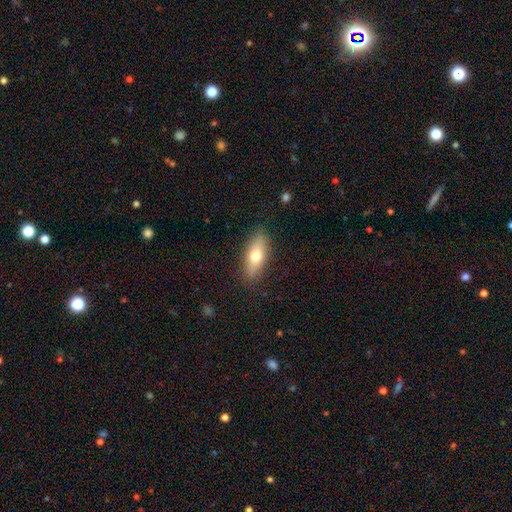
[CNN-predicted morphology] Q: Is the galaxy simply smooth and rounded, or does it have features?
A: smooth — 66%.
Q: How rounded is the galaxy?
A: in between — 69%.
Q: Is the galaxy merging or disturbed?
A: none — 86%.